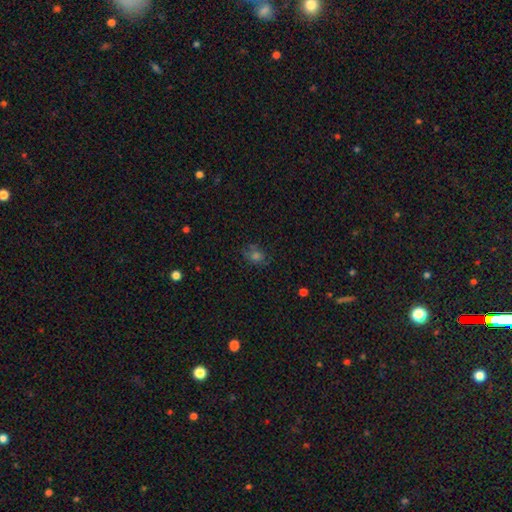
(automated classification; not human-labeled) Smooth or featured? smooth (56%)
How rounded? round (62%)
Merging? none (72%)